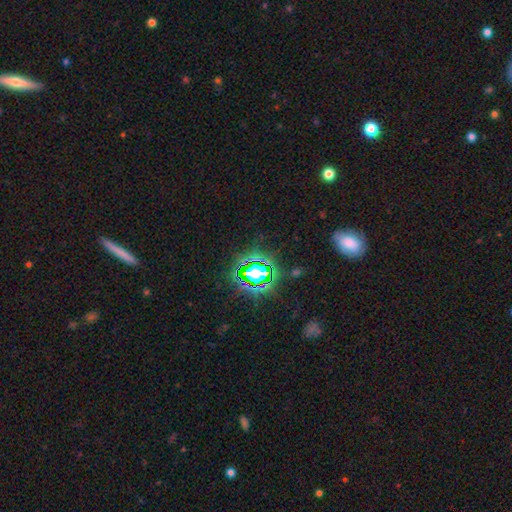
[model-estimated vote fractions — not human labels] star or artifact 73%, smooth 17%, featured or disk 10%.